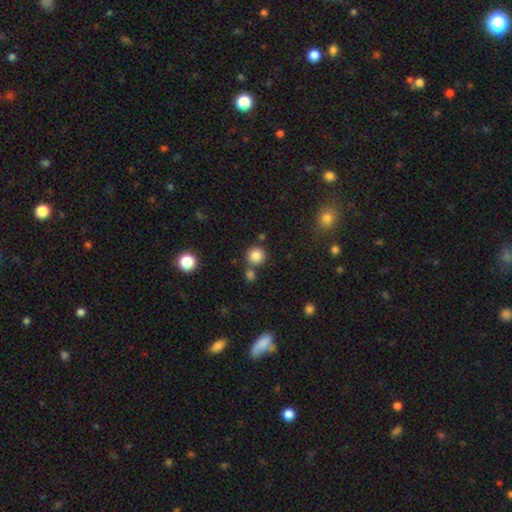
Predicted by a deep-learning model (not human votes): This appears to be a smooth galaxy with no disk features (83%) that is round (92%). Merging: none (74%).